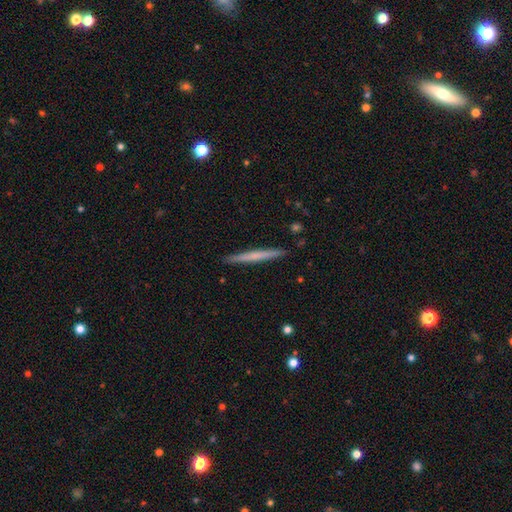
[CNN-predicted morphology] This is possibly a smooth galaxy (51%). How rounded: clearly cigar-shaped (97%). Merging: clearly none (92%).